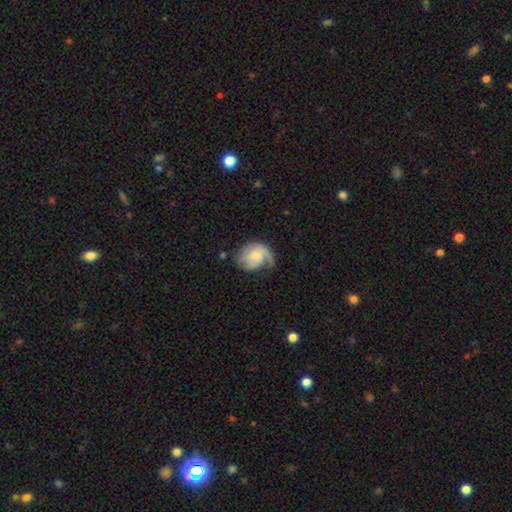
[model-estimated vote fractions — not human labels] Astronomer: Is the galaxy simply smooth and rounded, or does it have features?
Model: featured or disk — 73%.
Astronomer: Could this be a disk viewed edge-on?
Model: no — 98%.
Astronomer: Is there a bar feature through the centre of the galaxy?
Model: no — 61%.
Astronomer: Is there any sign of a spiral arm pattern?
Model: yes — 94%.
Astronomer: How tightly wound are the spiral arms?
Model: medium — 40% (runner-up: tight, 36%).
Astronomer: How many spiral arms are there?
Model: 1 — 48% (runner-up: 2, 30%).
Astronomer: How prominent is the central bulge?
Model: small — 47% (runner-up: moderate, 34%).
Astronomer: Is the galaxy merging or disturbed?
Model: none — 51%.